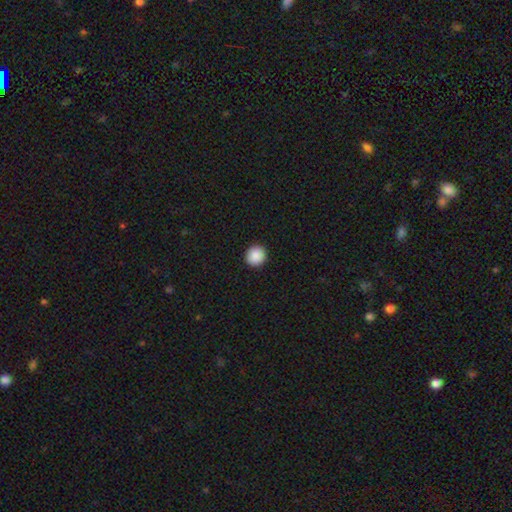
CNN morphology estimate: The model was most divided on "smooth or featured": smooth: 89%, star or artifact: 8%, featured or disk: 3%. More confident: merging — none (93%); how rounded — round (91%).